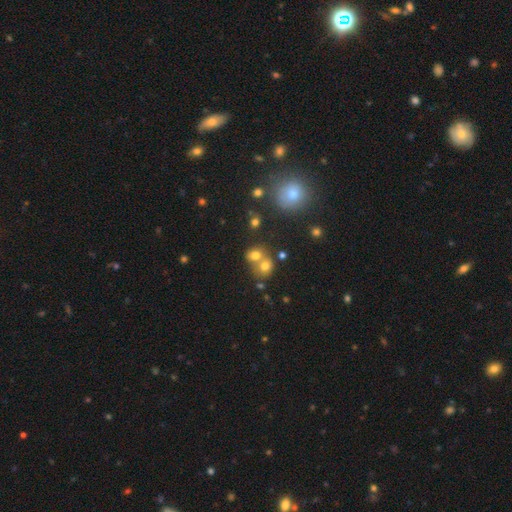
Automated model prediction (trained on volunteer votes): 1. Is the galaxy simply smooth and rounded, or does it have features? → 69% smooth, 17% star or artifact, 14% featured or disk.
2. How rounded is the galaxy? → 65% round, 33% in between, 1% cigar-shaped.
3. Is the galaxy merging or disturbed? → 54% merger, 35% none, 7% minor disturbance, 3% major disturbance.